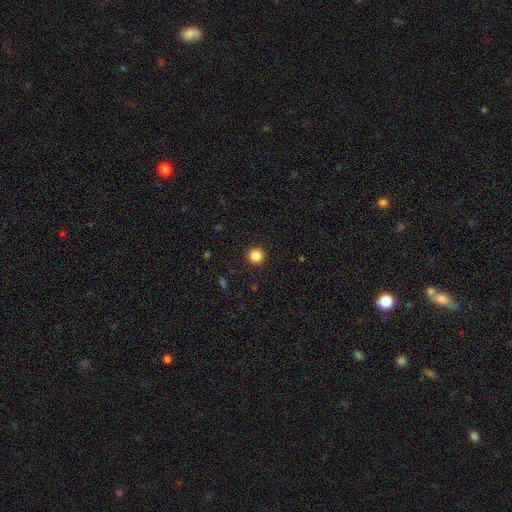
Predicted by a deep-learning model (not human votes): The model was most divided on "smooth or featured": smooth: 85%, star or artifact: 11%, featured or disk: 4%. More confident: how rounded — round (96%); merging — none (93%).